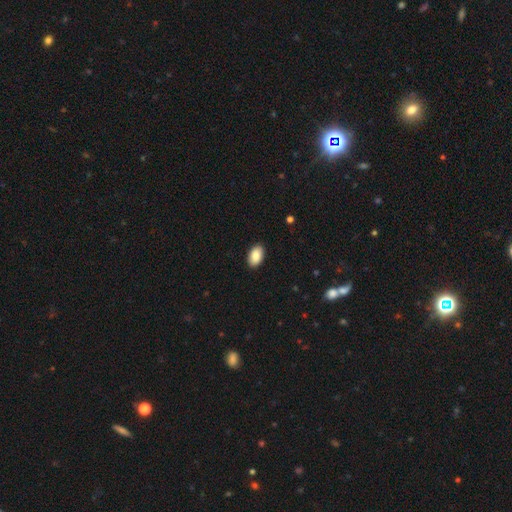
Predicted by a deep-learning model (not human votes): This is clearly a smooth galaxy (89%). How rounded: clearly in between (93%). Merging: clearly none (90%).